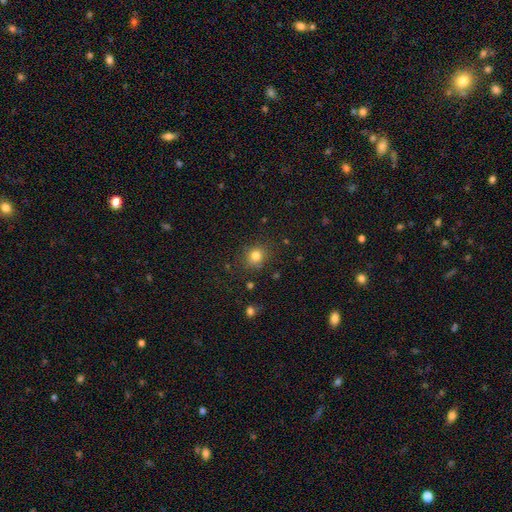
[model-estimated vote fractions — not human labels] A smooth galaxy with no disk features (80%) that is round (81%).

Vote fractions:
- Smooth or featured? smooth: 80% / star or artifact: 14% / featured or disk: 6%
- How rounded? round: 81% / in between: 19% / cigar-shaped: 1%
- Merging? none: 83% / minor disturbance: 11% / major disturbance: 4% / merger: 2%